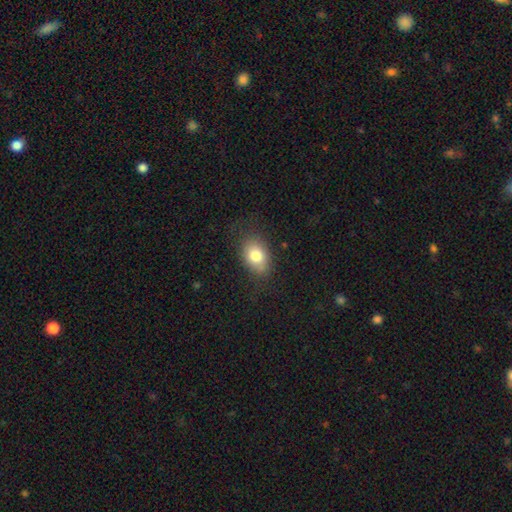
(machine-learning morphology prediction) smooth-or-featured: smooth: 78% | featured or disk: 13% | star or artifact: 9%
  how-rounded: in between: 77% | round: 21% | cigar-shaped: 1%
  merging: none: 76% | minor disturbance: 17% | major disturbance: 6% | merger: 1%